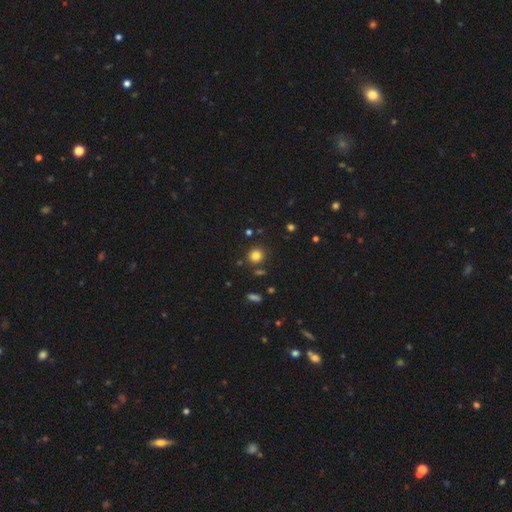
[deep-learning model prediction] Smooth or featured?
  - smooth: 81% *
  - star or artifact: 13%
  - featured or disk: 5%
How rounded?
  - round: 88% *
  - in between: 11%
  - cigar-shaped: 1%
Merging?
  - none: 85% *
  - minor disturbance: 8%
  - merger: 5%
  - major disturbance: 3%